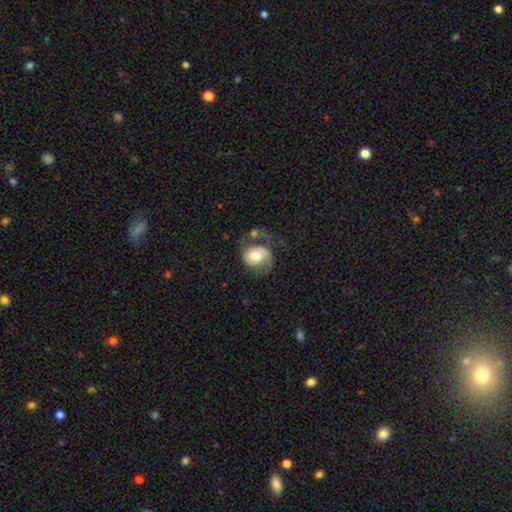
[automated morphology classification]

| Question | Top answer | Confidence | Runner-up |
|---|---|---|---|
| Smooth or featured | featured or disk | 54% | smooth (39%) |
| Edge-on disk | no | 97% | yes (3%) |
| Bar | no | 69% | weak (25%) |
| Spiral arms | yes | 81% | no (19%) |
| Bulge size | moderate | 59% | large (24%) |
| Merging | none | 35% | major disturbance (33%) |